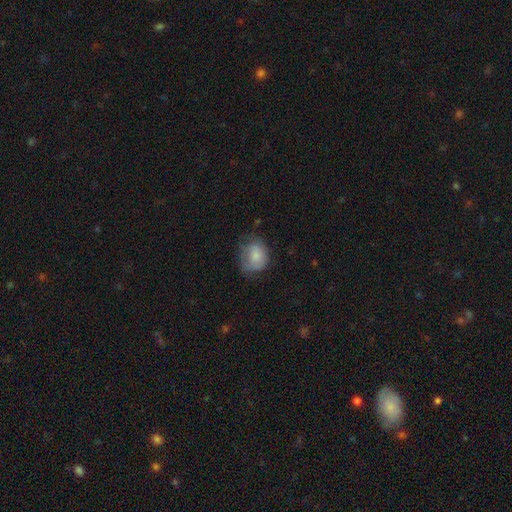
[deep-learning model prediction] Smooth or featured: smooth — 79% (featured or disk — 14%)
How rounded: round — 53% (in between — 46%)
Merging: none — 50% (minor disturbance — 33%)